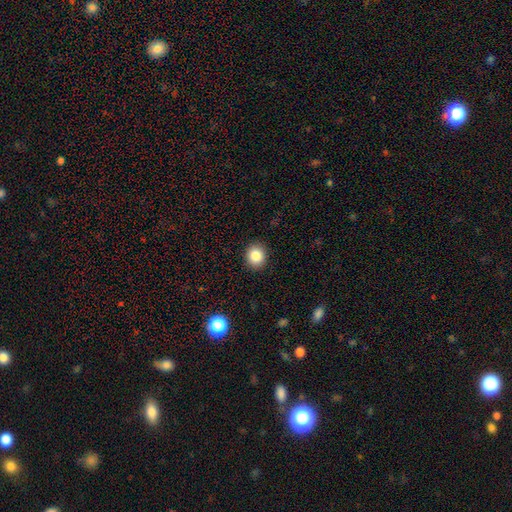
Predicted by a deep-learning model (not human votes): Smooth or featured: smooth — 85% (star or artifact — 10%)
How rounded: round — 75% (in between — 24%)
Merging: none — 91% (minor disturbance — 6%)